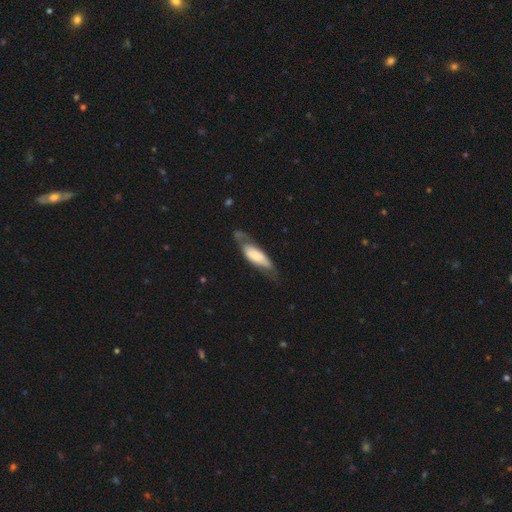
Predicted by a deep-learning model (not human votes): smooth 55%, featured or disk 39%, star or artifact 6%. Down the decision tree: how rounded — in between (59%); merging — none (51%).